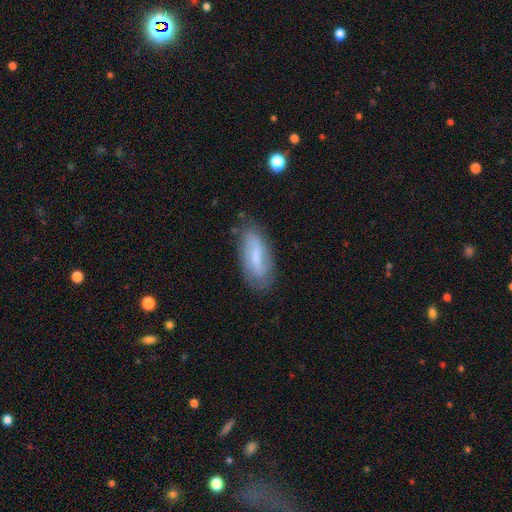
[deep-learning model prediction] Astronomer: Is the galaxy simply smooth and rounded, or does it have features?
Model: featured or disk — 50% (runner-up: smooth, 43%).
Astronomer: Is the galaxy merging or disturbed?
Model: none — 74%.